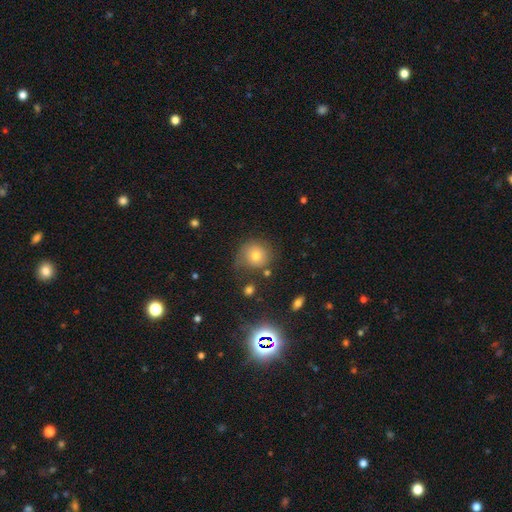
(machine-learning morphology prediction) Overall: smooth (69%). How rounded: round (87%). Merging: none (62%).